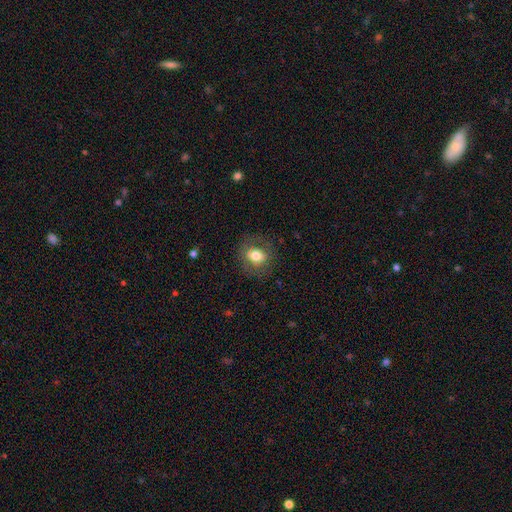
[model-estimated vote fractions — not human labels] Q: Smooth or featured?
A: smooth (69%); runner-up: featured or disk (21%)
Q: How rounded?
A: round (60%); runner-up: in between (39%)
Q: Merging?
A: none (78%); runner-up: minor disturbance (14%)